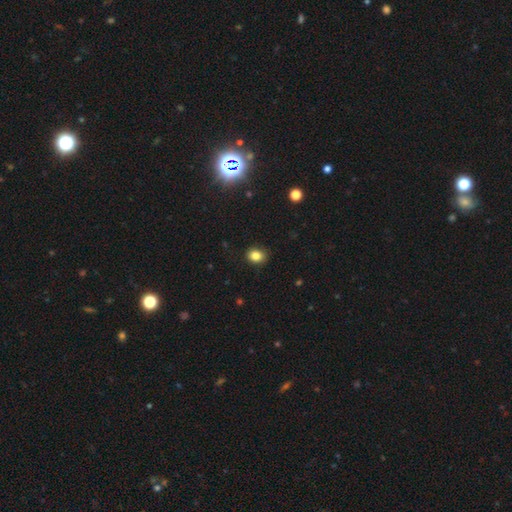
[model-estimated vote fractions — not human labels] smooth_or_featured: smooth (p=0.84) [alt: star or artifact p=0.11]
how_rounded: round (p=0.52) [alt: in between p=0.47]
merging: none (p=0.86) [alt: minor disturbance p=0.11]